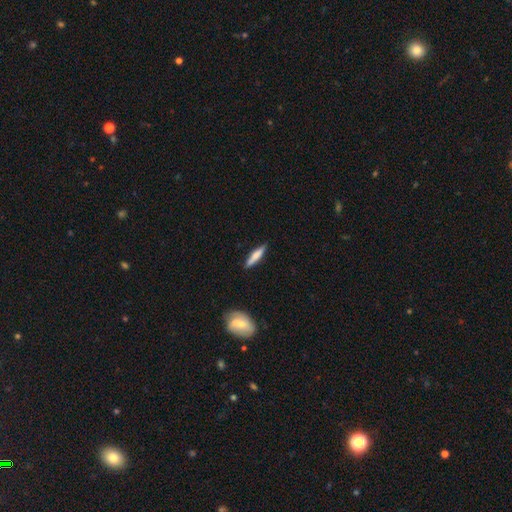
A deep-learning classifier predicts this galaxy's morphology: Overall: smooth (68%). How rounded: cigar-shaped (84%). Merging: none (86%).